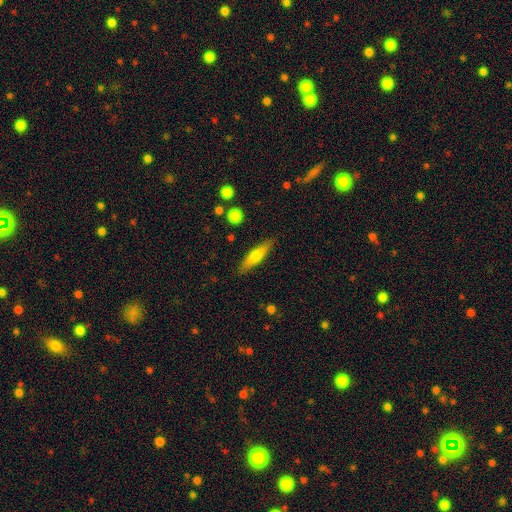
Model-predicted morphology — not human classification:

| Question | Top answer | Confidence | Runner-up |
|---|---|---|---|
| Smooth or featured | smooth | 59% | featured or disk (35%) |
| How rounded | cigar-shaped | 76% | in between (22%) |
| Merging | none | 86% | minor disturbance (10%) |